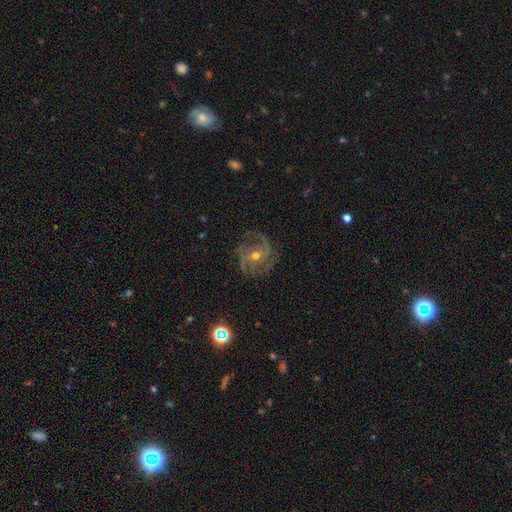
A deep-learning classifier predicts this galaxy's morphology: Smooth or featured?
  - featured or disk: 86% *
  - star or artifact: 8%
  - smooth: 6%
Edge-on disk?
  - no: 98% *
  - yes: 2%
Bar?
  - no: 53% *
  - weak: 35%
  - strong: 12%
Spiral arms?
  - yes: 96% *
  - no: 4%
Spiral winding?
  - medium: 46% *
  - tight: 42%
  - loose: 13%
Spiral arm count?
  - 2: 36% *
  - 3: 32%
  - can't tell: 15%
  - 4: 6%
  - 1: 6%
  - more than 4: 5%
Bulge size?
  - moderate: 55% *
  - small: 42%
  - large: 2%
  - none: 1%
  - dominant: 1%
Merging?
  - none: 74% *
  - minor disturbance: 16%
  - major disturbance: 9%
  - merger: 1%